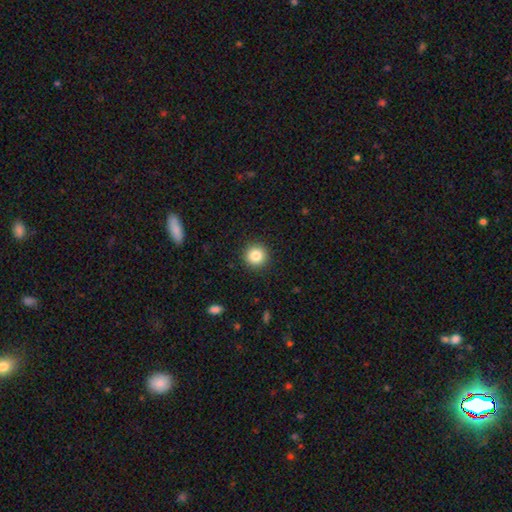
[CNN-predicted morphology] Smooth or featured?
  - smooth: 84% *
  - star or artifact: 10%
  - featured or disk: 6%
How rounded?
  - round: 95% *
  - in between: 4%
  - cigar-shaped: 1%
Merging?
  - none: 92% *
  - minor disturbance: 5%
  - major disturbance: 2%
  - merger: 1%